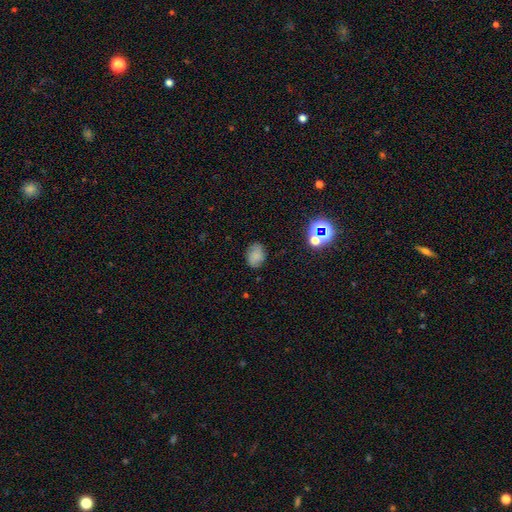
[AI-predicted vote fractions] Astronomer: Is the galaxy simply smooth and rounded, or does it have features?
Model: smooth — 75%.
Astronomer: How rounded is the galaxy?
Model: in between — 69%.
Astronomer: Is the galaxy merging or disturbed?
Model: none — 79%.